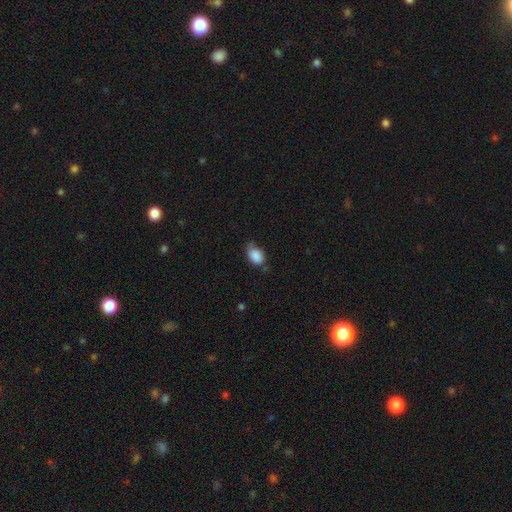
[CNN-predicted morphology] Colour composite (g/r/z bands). It shows a smooth galaxy with no disk features (86%) that is in between round and cigar-shaped (78%). Merging: none (47%).